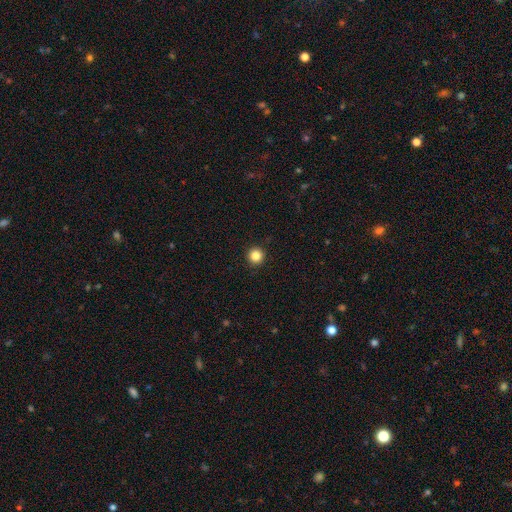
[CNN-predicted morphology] Q: Smooth or featured?
A: smooth (84%); runner-up: star or artifact (12%)
Q: How rounded?
A: round (96%); runner-up: in between (3%)
Q: Merging?
A: none (93%); runner-up: minor disturbance (4%)